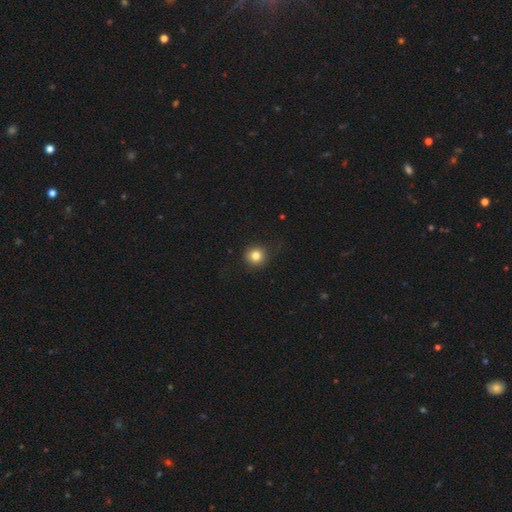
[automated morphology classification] The model was most divided on "smooth or featured": smooth: 82%, star or artifact: 12%, featured or disk: 7%. More confident: how rounded — round (92%); merging — none (86%).